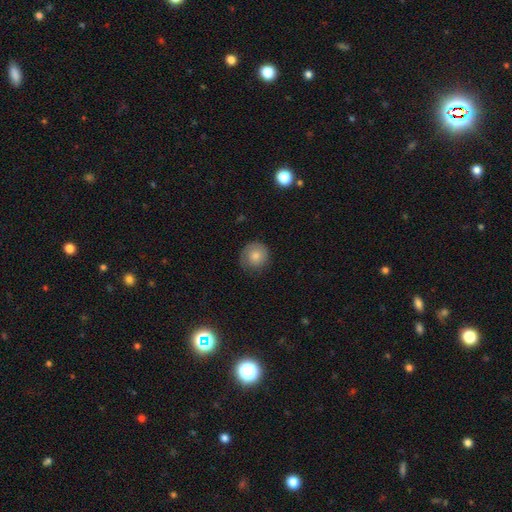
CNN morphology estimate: Q: Smooth or featured?
A: smooth (78%); runner-up: featured or disk (13%)
Q: How rounded?
A: round (91%); runner-up: in between (8%)
Q: Merging?
A: none (77%); runner-up: minor disturbance (18%)